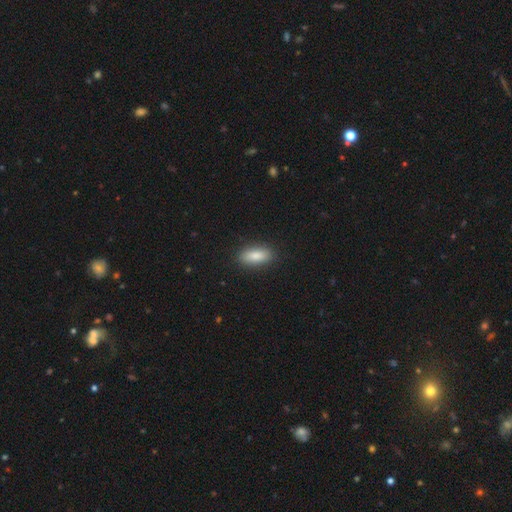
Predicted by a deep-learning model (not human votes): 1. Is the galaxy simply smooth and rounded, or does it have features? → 84% smooth, 9% featured or disk, 7% star or artifact.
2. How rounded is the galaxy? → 80% in between, 17% cigar-shaped, 3% round.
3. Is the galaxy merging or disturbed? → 88% none, 9% minor disturbance, 2% major disturbance, 1% merger.